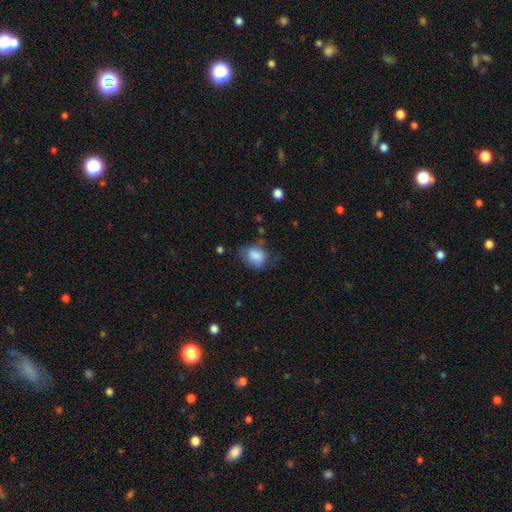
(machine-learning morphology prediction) smooth-or-featured: smooth: 82% | featured or disk: 10% | star or artifact: 8%
  how-rounded: in between: 63% | round: 36% | cigar-shaped: 1%
  merging: none: 50% | minor disturbance: 32% | major disturbance: 15% | merger: 3%